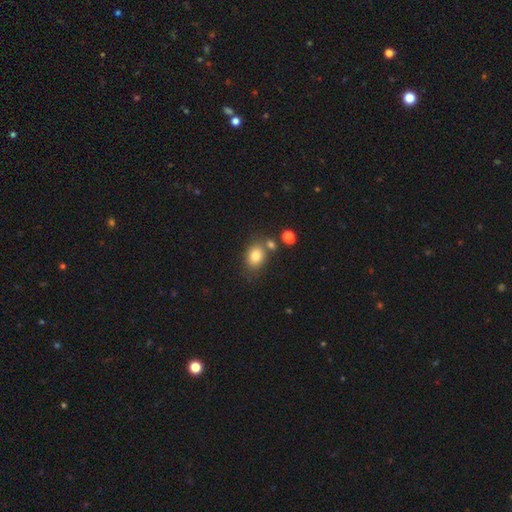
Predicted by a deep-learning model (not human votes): This appears to be a smooth galaxy with no disk features (80%) that is in between round and cigar-shaped (63%). Merging: none (66%).